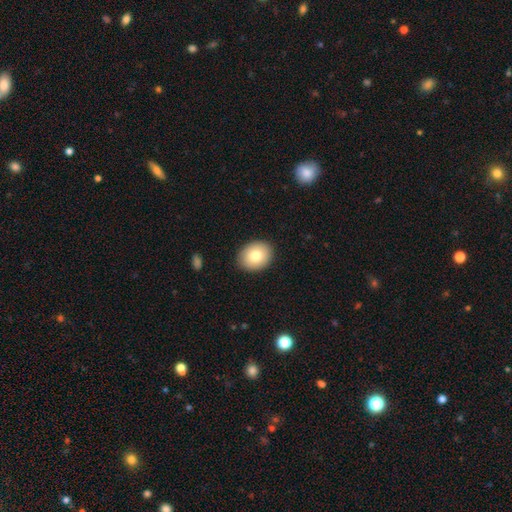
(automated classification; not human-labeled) Overall: smooth (81%). How rounded: in between (53%; round 47%). Merging: none (89%).